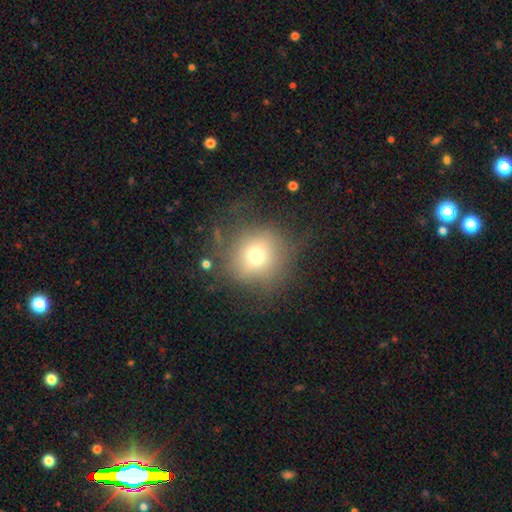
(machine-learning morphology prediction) smooth_or_featured: smooth (p=0.64) [alt: featured or disk p=0.20]
how_rounded: round (p=0.89) [alt: in between p=0.10]
merging: none (p=0.65) [alt: minor disturbance p=0.18]